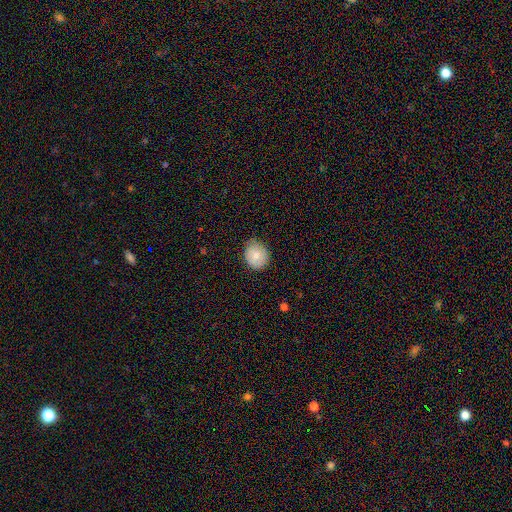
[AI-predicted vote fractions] Smooth or featured: smooth — 79% (featured or disk — 13%)
How rounded: round — 70% (in between — 29%)
Merging: none — 73% (minor disturbance — 23%)